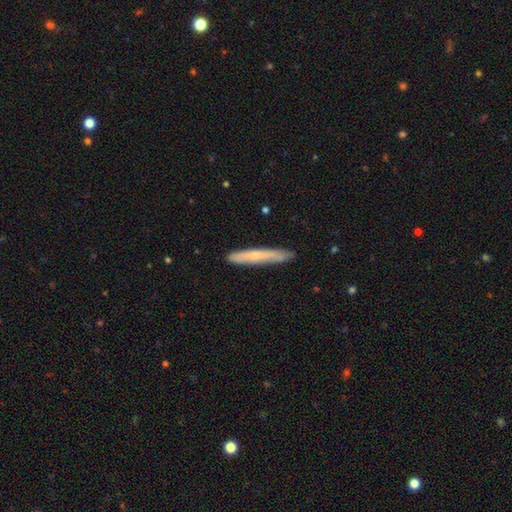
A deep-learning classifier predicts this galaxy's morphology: A smooth galaxy with no disk features (56%) that is cigar-shaped (95%).

Vote fractions:
- Smooth or featured? smooth: 56% / featured or disk: 37% / star or artifact: 6%
- How rounded? cigar-shaped: 95% / in between: 4% / round: 1%
- Merging? none: 85% / minor disturbance: 12% / major disturbance: 2% / merger: 1%